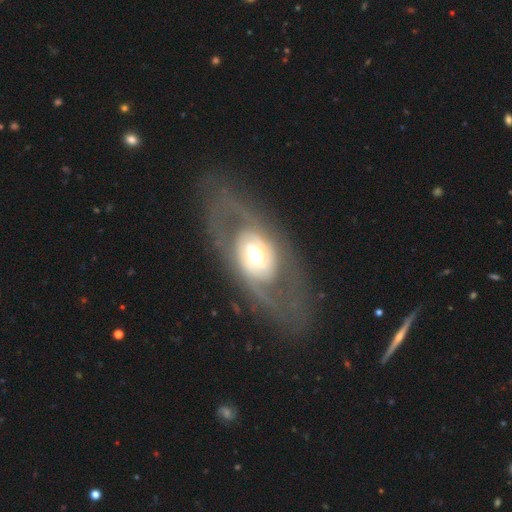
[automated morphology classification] The model was most divided on "spiral arms": yes: 58%, no: 42%. More confident: edge-on disk — no (89%); smooth or featured — featured or disk (77%); merging — none (68%); bar — no (56%); bulge size — moderate (53%).